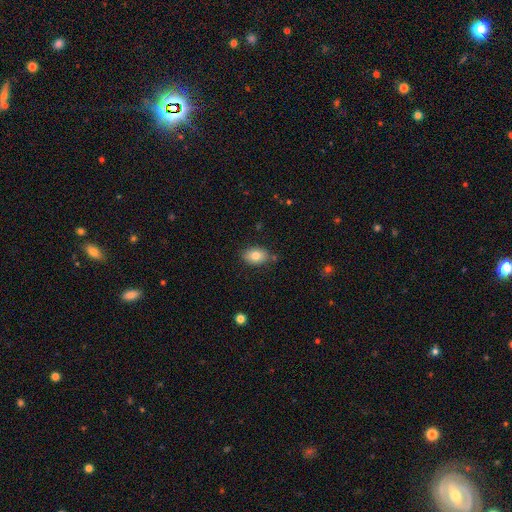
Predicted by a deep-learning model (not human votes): Overall: smooth (79%). How rounded: in between (84%). Merging: none (81%).